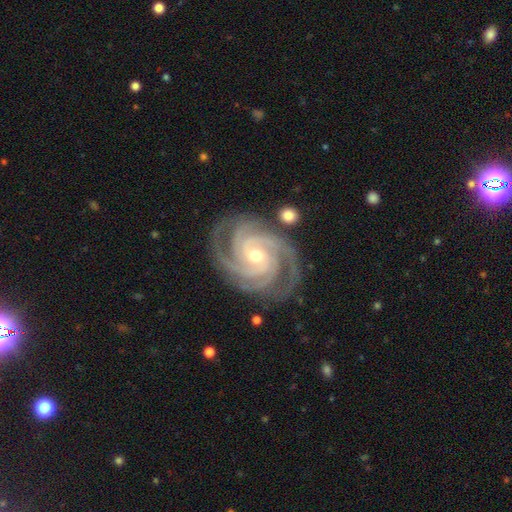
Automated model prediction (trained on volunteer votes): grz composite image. It shows a featured or disk galaxy (94%) with no bar (54%), 4 (45%) tight (77%) spiral arms (99%) and a moderate central bulge (51%). Merging: none (83%).